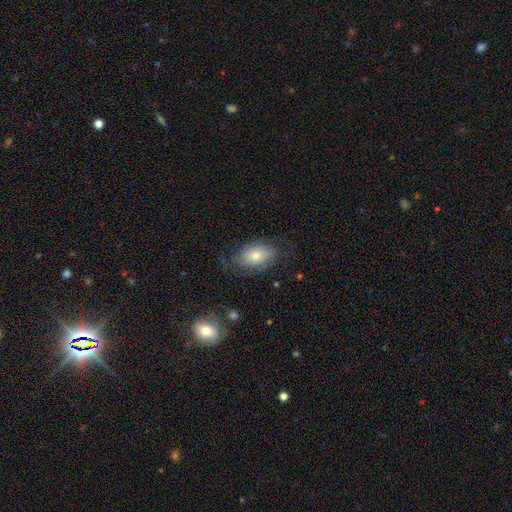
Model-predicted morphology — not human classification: This appears to be a smooth galaxy with no disk features (58%) that is in between round and cigar-shaped (89%). Merging: none (68%).